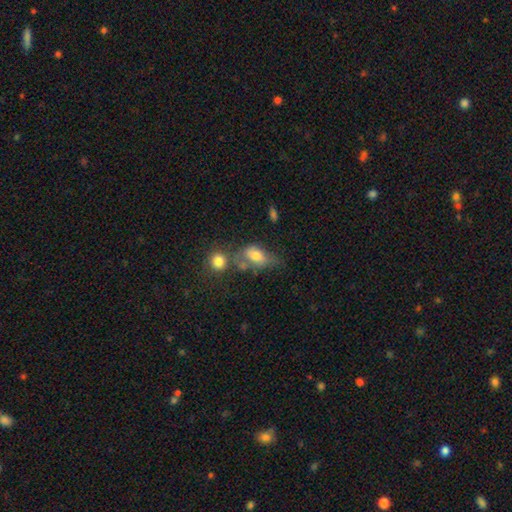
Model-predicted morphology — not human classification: Smooth or featured: smooth — 67% (featured or disk — 23%)
How rounded: in between — 80% (round — 16%)
Merging: merger — 29% (none — 28%)